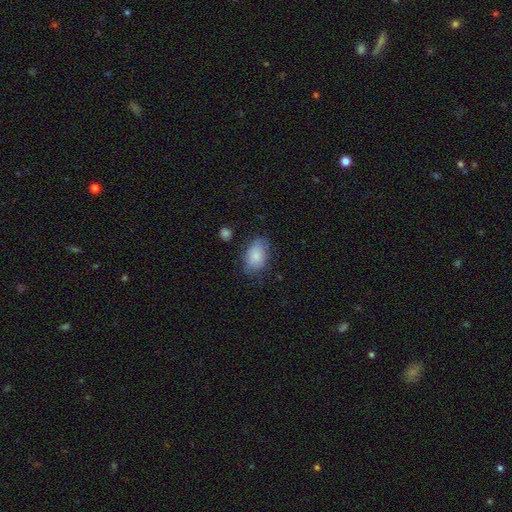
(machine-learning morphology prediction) Q: Smooth or featured?
A: smooth (82%); runner-up: featured or disk (10%)
Q: How rounded?
A: in between (87%); runner-up: round (11%)
Q: Merging?
A: none (63%); runner-up: minor disturbance (26%)